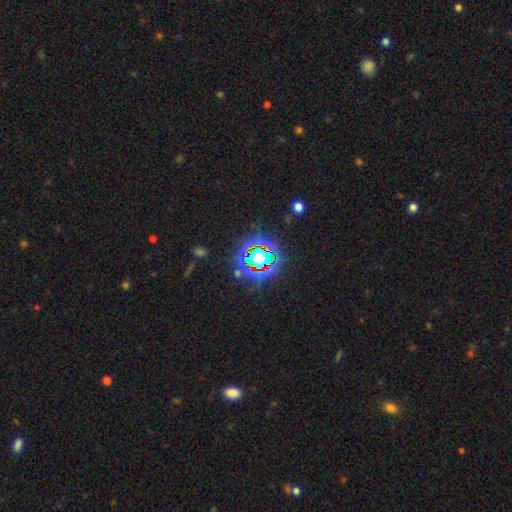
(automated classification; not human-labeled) star or artifact 79%, smooth 13%, featured or disk 9%.